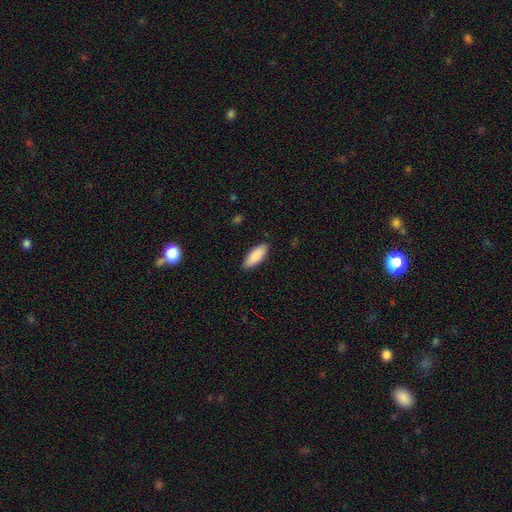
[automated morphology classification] Q: Smooth or featured?
A: smooth (88%); runner-up: featured or disk (6%)
Q: How rounded?
A: in between (73%); runner-up: cigar-shaped (26%)
Q: Merging?
A: none (89%); runner-up: minor disturbance (8%)